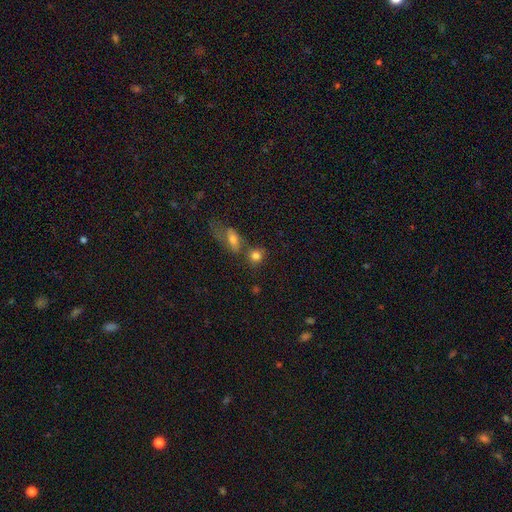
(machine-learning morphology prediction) Smooth or featured: smooth — 79% (star or artifact — 11%)
How rounded: round — 77% (in between — 20%)
Merging: none — 54% (merger — 30%)